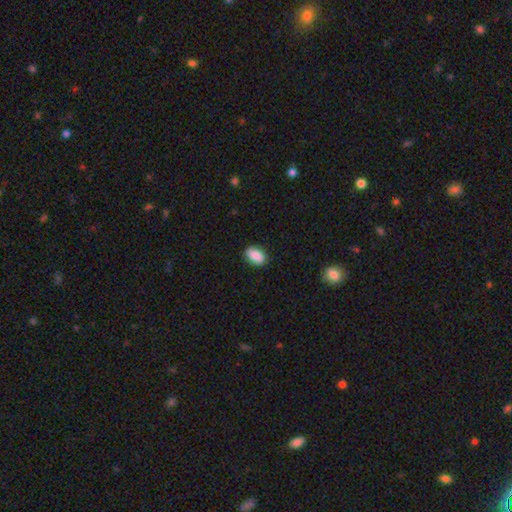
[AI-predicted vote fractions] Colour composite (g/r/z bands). It shows a smooth galaxy with no disk features (86%) that is in between round and cigar-shaped (87%). Merging: none (87%).